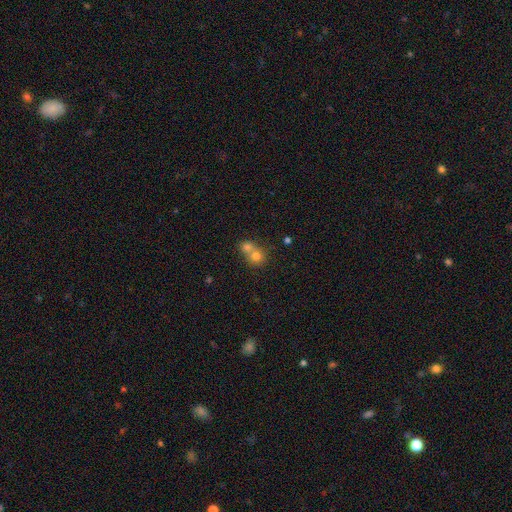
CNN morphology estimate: smooth_or_featured: smooth (p=0.74) [alt: featured or disk p=0.14]
how_rounded: round (p=0.80) [alt: in between p=0.19]
merging: merger (p=0.64) [alt: none p=0.29]